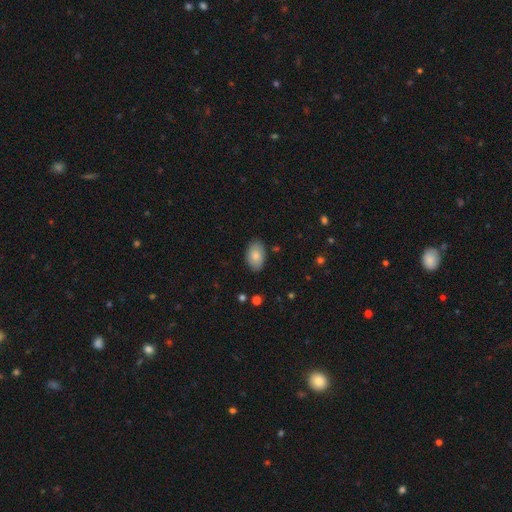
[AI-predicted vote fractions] Q: Smooth or featured?
A: smooth (81%); runner-up: featured or disk (12%)
Q: How rounded?
A: in between (91%); runner-up: round (8%)
Q: Merging?
A: none (84%); runner-up: minor disturbance (12%)